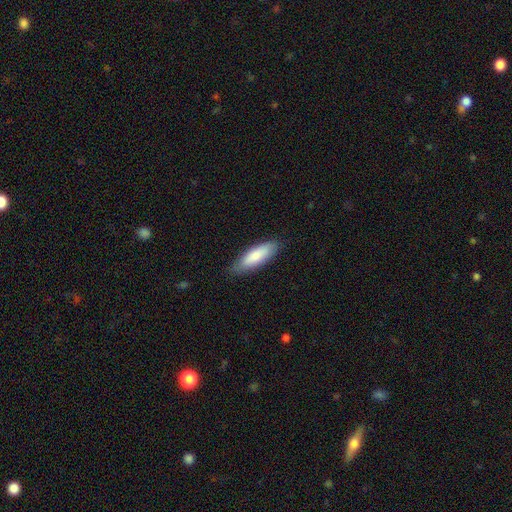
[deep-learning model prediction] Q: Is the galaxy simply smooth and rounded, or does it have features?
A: smooth — 80%.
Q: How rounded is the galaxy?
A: in between — 53%.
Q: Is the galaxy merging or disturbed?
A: none — 82%.